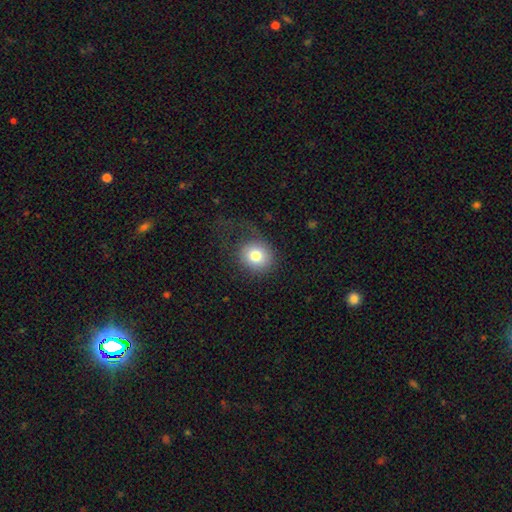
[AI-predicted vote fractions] Smooth or featured?
  - smooth: 78% *
  - featured or disk: 12%
  - star or artifact: 10%
How rounded?
  - round: 82% *
  - in between: 17%
  - cigar-shaped: 1%
Merging?
  - none: 62% *
  - major disturbance: 19%
  - minor disturbance: 17%
  - merger: 1%